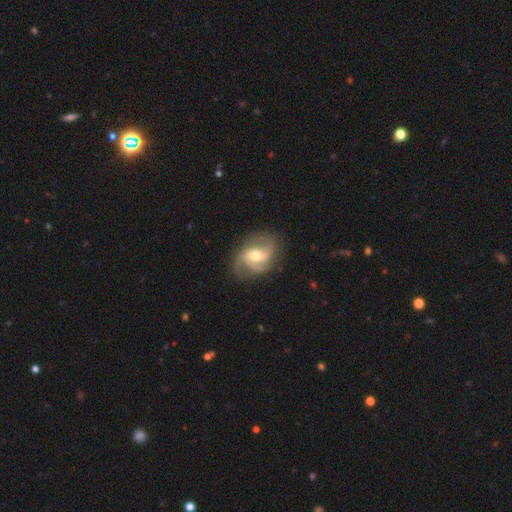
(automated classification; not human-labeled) smooth-or-featured: featured or disk: 86% | smooth: 9% | star or artifact: 5%
  disk-edge-on: no: 97% | yes: 3%
    bar: weak: 43% | no: 39% | strong: 18%
    has-spiral-arms: yes: 96% | no: 4%
      spiral-winding: medium: 51% | loose: 27% | tight: 22%
      spiral-arm-count: 2: 44% | 3: 37% | can't tell: 8% | 4: 4% | 1: 4% | more than 4: 3%
    bulge-size: moderate: 67% | small: 26% | large: 4% | none: 1% | dominant: 1%
  merging: none: 74% | minor disturbance: 17% | major disturbance: 8% | merger: 1%